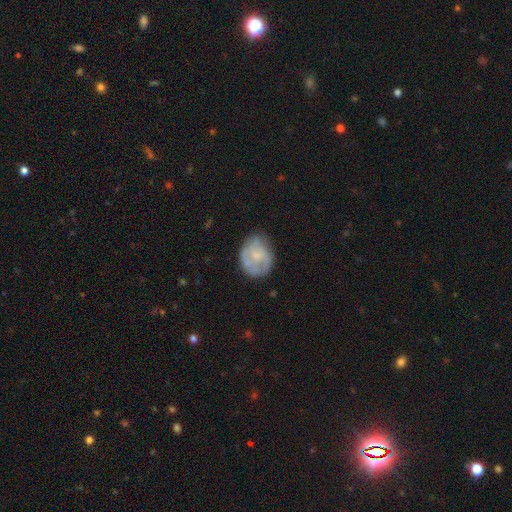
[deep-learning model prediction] This appears to be a featured or disk galaxy (50%). Merging: none (59%).